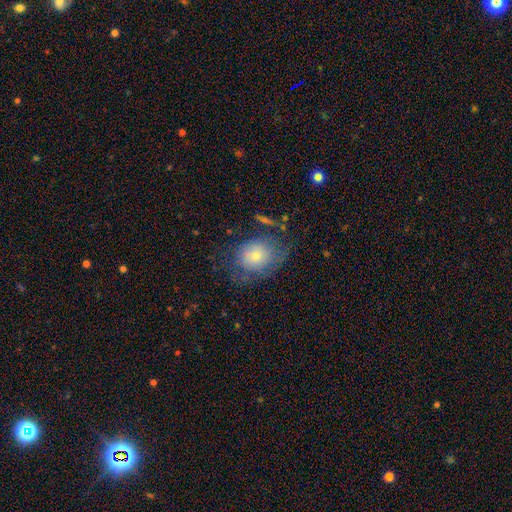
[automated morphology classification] This appears to be a smooth galaxy with no disk features (65%) that is in between round and cigar-shaped (55%). Merging: none (47%).